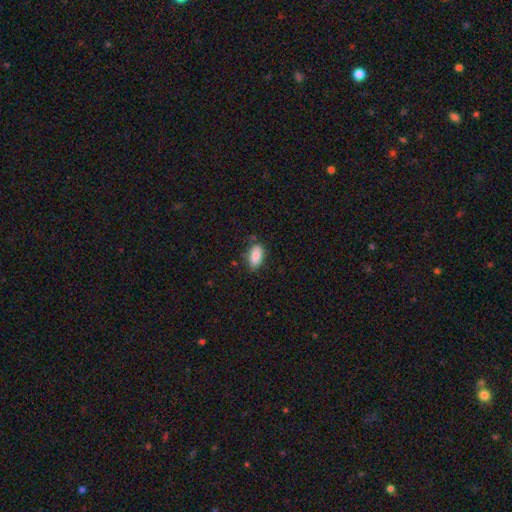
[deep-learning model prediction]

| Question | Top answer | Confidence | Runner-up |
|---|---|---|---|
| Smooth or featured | smooth | 85% | featured or disk (8%) |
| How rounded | in between | 93% | round (4%) |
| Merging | none | 74% | minor disturbance (20%) |